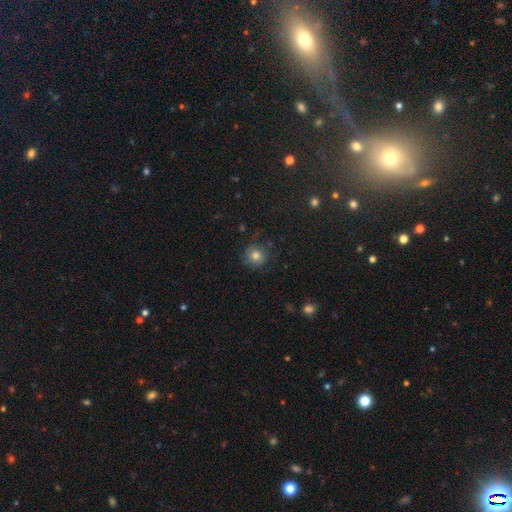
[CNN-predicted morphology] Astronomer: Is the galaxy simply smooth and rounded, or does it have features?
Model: smooth — 70%.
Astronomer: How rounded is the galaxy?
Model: round — 89%.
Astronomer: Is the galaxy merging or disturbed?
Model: none — 75%.